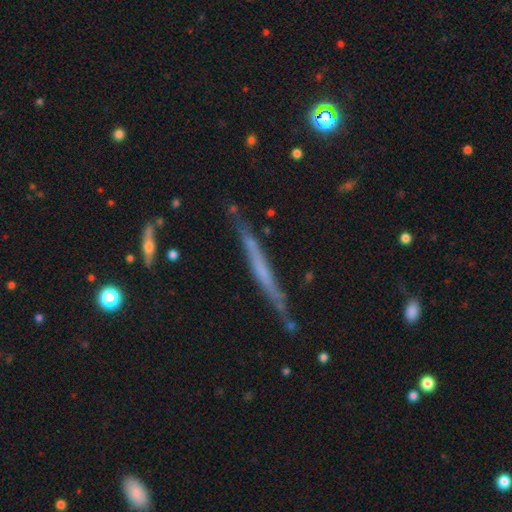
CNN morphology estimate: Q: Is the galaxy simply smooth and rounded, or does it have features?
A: featured or disk — 64%.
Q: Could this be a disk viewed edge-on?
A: yes — 95%.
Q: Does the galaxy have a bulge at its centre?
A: none — 72%.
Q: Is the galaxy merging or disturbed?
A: none — 84%.